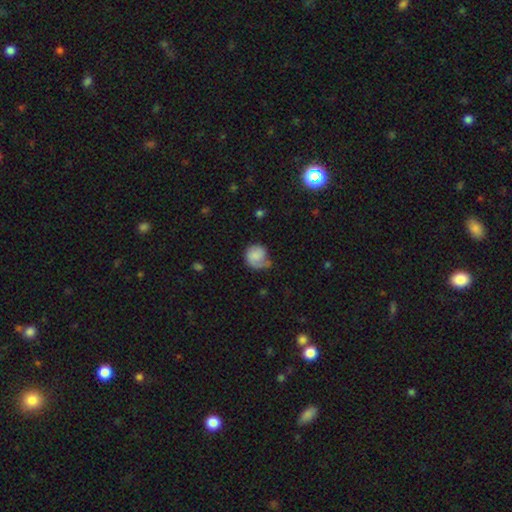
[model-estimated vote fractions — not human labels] Q: Smooth or featured?
A: smooth (63%); runner-up: featured or disk (30%)
Q: How rounded?
A: round (79%); runner-up: in between (20%)
Q: Merging?
A: none (43%); runner-up: minor disturbance (34%)